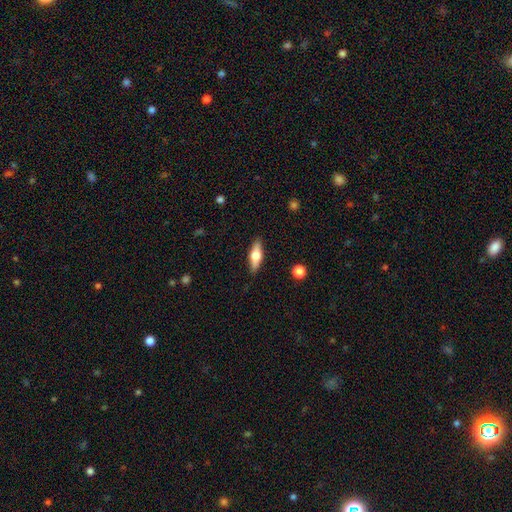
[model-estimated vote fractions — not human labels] A smooth galaxy with no disk features (49%). Merging: none (87%).